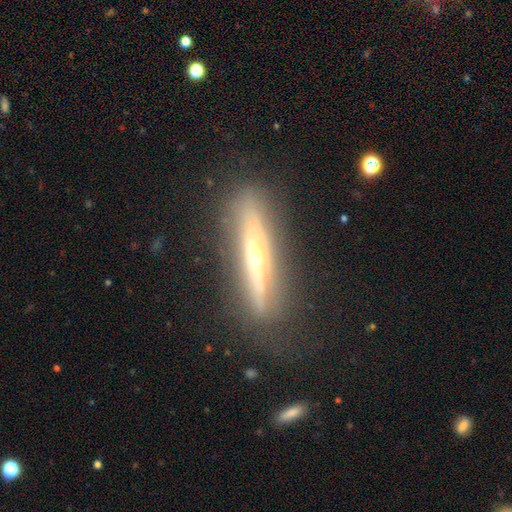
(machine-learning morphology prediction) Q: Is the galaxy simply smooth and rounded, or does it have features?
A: featured or disk — 68%.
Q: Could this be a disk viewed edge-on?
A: yes — 87%.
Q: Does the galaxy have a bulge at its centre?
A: rounded — 81%.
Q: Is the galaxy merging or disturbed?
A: none — 79%.